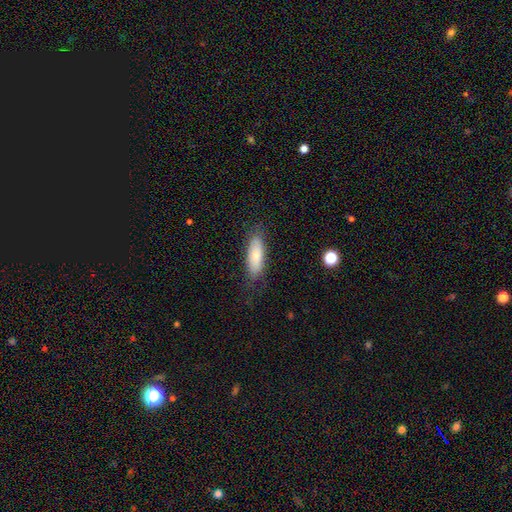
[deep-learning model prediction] Smooth or featured? smooth (77%)
How rounded? in between (65%)
Merging? none (78%)